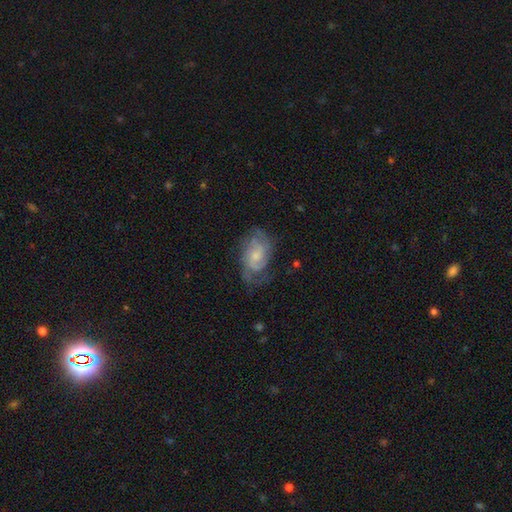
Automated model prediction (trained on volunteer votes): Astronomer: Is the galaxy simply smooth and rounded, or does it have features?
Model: featured or disk — 80%.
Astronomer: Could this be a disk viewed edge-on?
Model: no — 97%.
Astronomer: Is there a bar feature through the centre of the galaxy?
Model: no — 59% (runner-up: weak, 36%).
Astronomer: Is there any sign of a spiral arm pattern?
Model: yes — 95%.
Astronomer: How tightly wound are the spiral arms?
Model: medium — 44% (runner-up: tight, 43%).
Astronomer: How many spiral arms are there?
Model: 2 — 52%.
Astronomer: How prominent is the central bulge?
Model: small — 50% (runner-up: moderate, 37%).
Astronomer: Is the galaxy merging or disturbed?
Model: none — 61%.